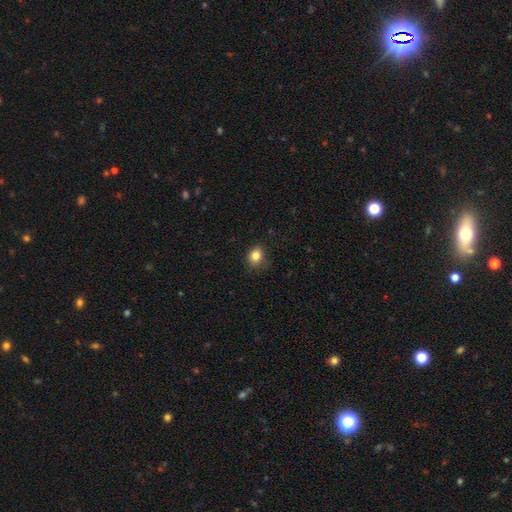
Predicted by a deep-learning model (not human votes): Overall: smooth (84%). How rounded: round (59%; in between 40%). Merging: none (80%).